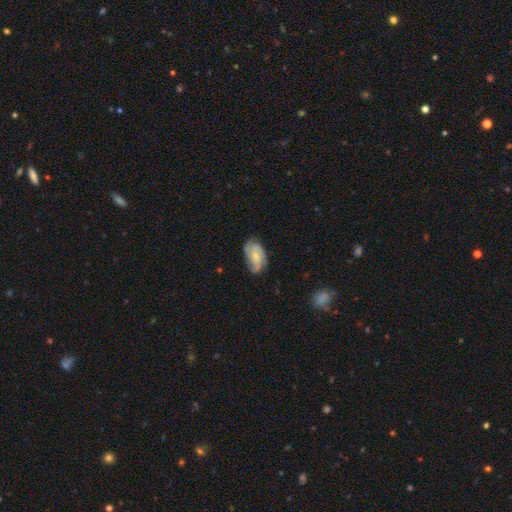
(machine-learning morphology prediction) Smooth or featured? featured or disk (57%)
Edge-on disk? no (96%)
Bar? no (62%)
Spiral arms? yes (86%)
Bulge size? small (57%)
Merging? none (62%)